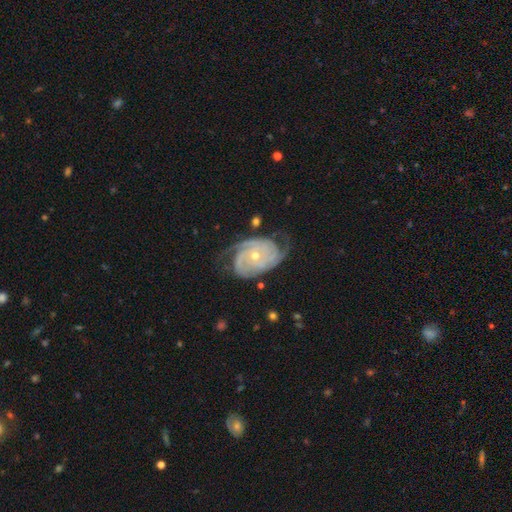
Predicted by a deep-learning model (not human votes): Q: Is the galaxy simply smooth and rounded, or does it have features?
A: featured or disk — 91%.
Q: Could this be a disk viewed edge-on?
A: no — 97%.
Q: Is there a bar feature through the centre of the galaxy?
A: no — 76%.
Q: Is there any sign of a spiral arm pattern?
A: yes — 98%.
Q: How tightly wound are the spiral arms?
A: tight — 70%.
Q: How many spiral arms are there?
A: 3 — 34%.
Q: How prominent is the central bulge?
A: small — 59%.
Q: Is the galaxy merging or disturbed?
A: none — 67%.